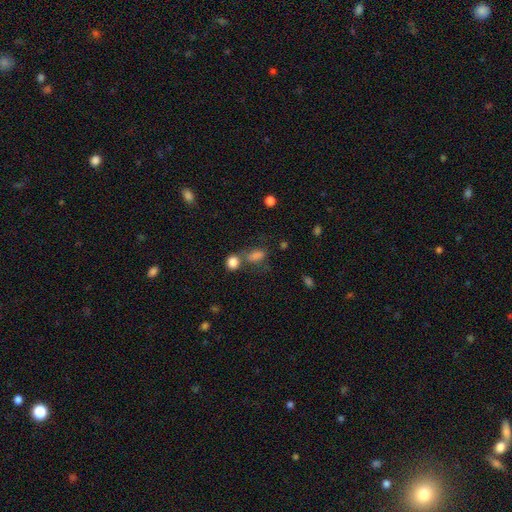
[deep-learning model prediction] This is likely a smooth galaxy (68%). How rounded: likely in between (73%). Merging: possibly none (46%).